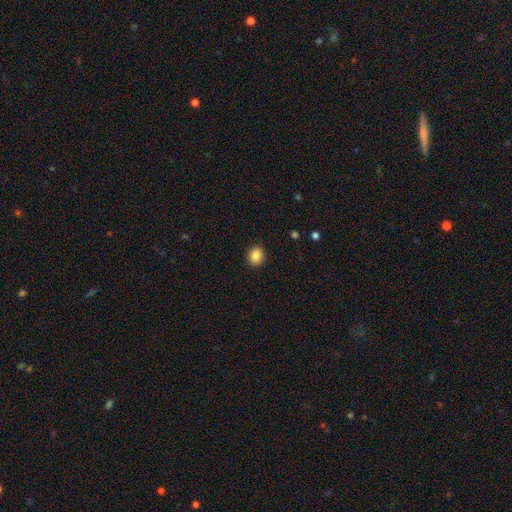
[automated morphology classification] smooth-or-featured: smooth: 87% | star or artifact: 10% | featured or disk: 4%
  how-rounded: round: 69% | in between: 30% | cigar-shaped: 1%
  merging: none: 91% | minor disturbance: 6% | major disturbance: 2% | merger: 1%